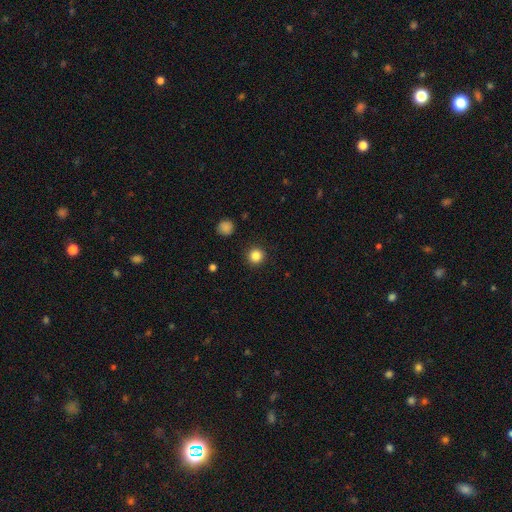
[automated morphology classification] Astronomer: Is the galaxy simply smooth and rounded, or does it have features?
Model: smooth — 85%.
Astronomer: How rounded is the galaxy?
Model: round — 95%.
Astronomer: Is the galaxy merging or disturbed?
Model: none — 92%.